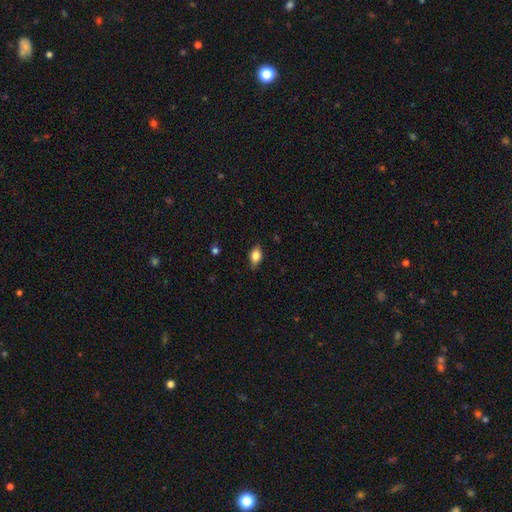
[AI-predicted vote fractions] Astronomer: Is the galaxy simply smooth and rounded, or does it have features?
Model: smooth — 81%.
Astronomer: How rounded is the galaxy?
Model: in between — 85%.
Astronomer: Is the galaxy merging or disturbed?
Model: none — 80%.